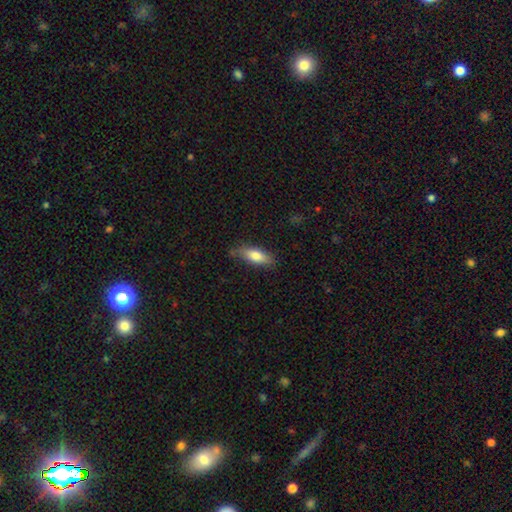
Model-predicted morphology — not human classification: The model was most divided on "how rounded": in between: 67%, cigar-shaped: 30%, round: 3%. More confident: smooth or featured — smooth (77%); merging — none (75%).